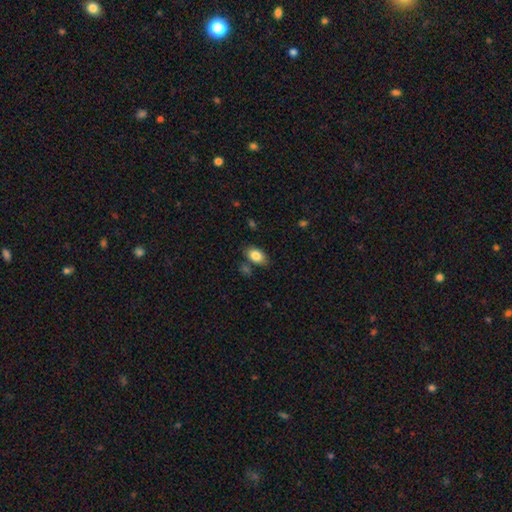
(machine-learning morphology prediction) A smooth galaxy with no disk features (83%) that is in between round and cigar-shaped (89%). Merging: none (77%).